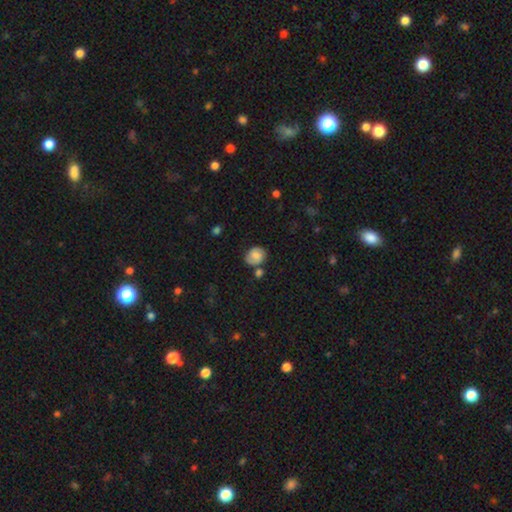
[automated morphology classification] type=smooth (56%); roundness=round (62%); merging=none (68%).